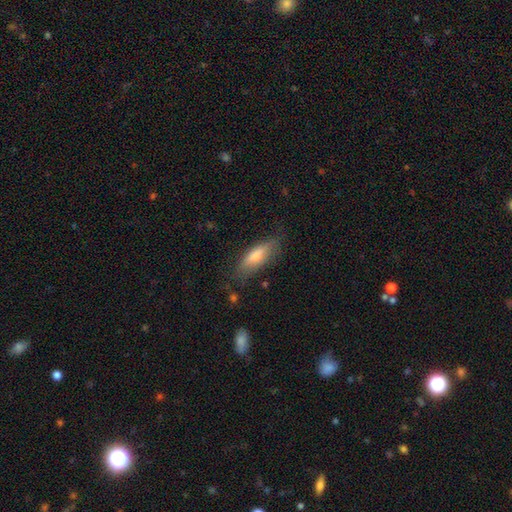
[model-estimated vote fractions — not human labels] A smooth galaxy with no disk features (68%) that is in between round and cigar-shaped (52%). Merging: none (73%).